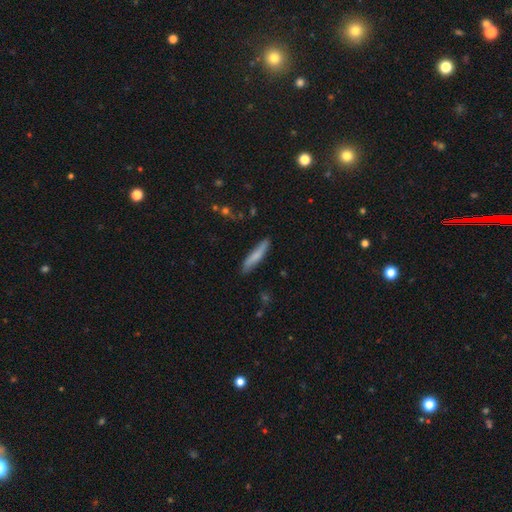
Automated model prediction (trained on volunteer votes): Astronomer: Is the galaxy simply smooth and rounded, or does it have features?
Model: smooth — 75%.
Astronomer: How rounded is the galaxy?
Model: cigar-shaped — 91%.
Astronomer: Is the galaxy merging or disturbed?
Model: none — 85%.